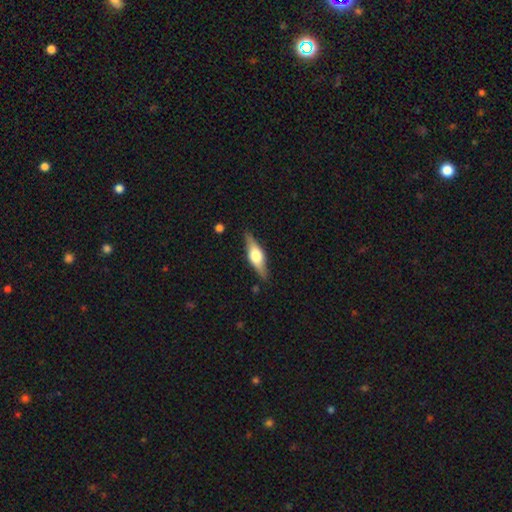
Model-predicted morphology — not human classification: A featured or disk galaxy (61%) viewed edge-on (94%) with a rounded central bulge (91%). Merging: none (85%).